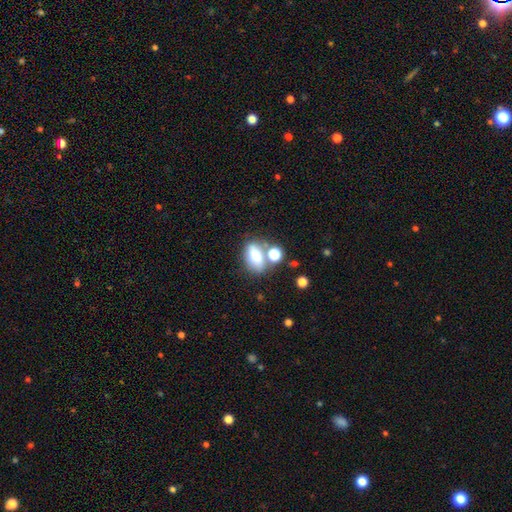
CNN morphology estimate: smooth-or-featured: smooth: 71% | featured or disk: 18% | star or artifact: 11%
  how-rounded: in between: 78% | round: 17% | cigar-shaped: 5%
  merging: none: 52% | merger: 27% | minor disturbance: 14% | major disturbance: 6%